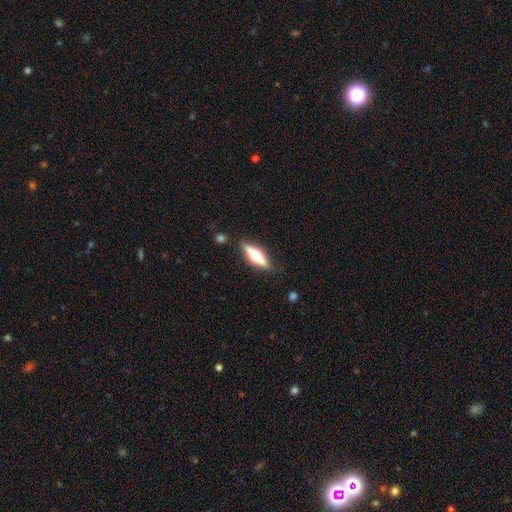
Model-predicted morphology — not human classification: Smooth or featured? featured or disk (55%)
Edge-on disk? yes (93%)
Edge-on bulge? rounded (90%)
Merging? none (83%)